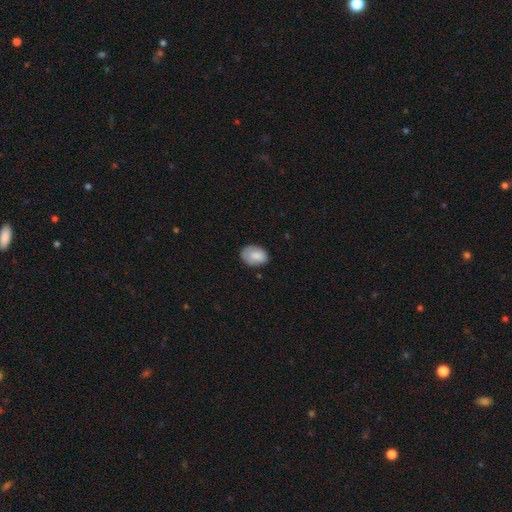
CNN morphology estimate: smooth_or_featured: smooth (p=0.82) [alt: featured or disk p=0.11]
how_rounded: in between (p=0.76) [alt: round p=0.23]
merging: none (p=0.68) [alt: minor disturbance p=0.25]